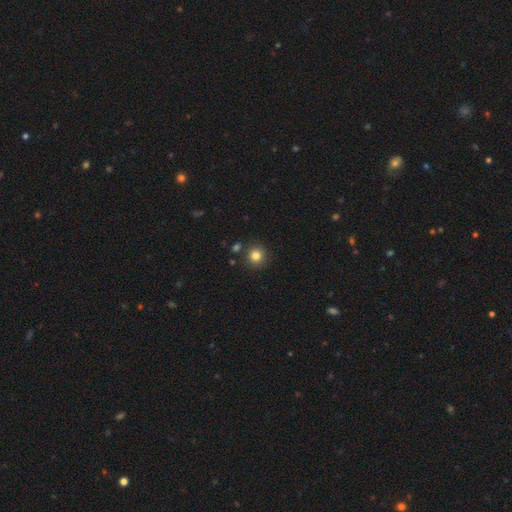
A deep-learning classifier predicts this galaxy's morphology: smooth-or-featured: smooth: 82% | star or artifact: 12% | featured or disk: 6%
  how-rounded: round: 92% | in between: 7% | cigar-shaped: 1%
  merging: none: 87% | minor disturbance: 7% | merger: 4% | major disturbance: 2%